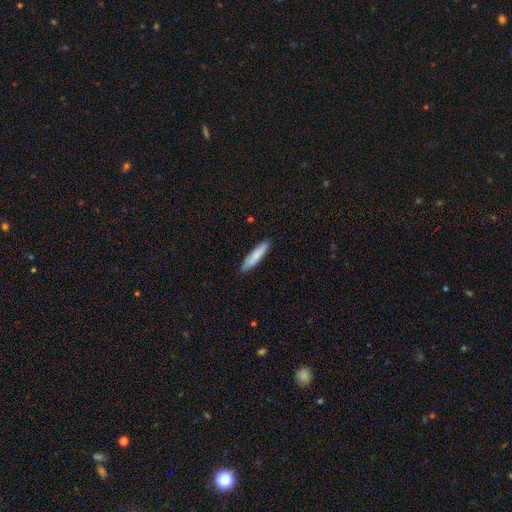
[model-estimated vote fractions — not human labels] Smooth or featured? Predicted: smooth (p=0.80). How rounded? Predicted: cigar-shaped (p=0.85). Merging? Predicted: none (p=0.89).